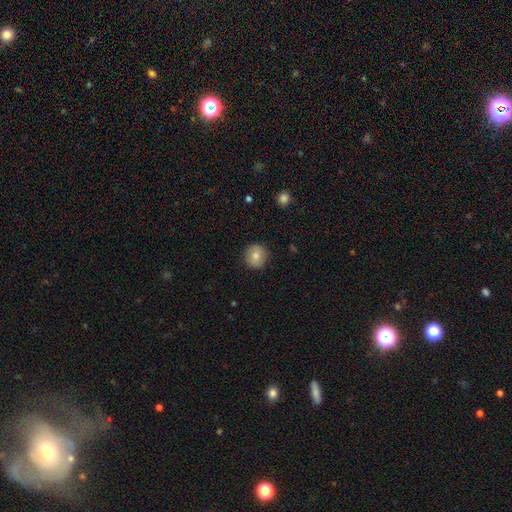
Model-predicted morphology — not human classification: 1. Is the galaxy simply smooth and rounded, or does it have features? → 81% smooth, 10% featured or disk, 8% star or artifact.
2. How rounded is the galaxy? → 91% round, 8% in between, 1% cigar-shaped.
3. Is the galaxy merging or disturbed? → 90% none, 7% minor disturbance, 2% major disturbance, 1% merger.